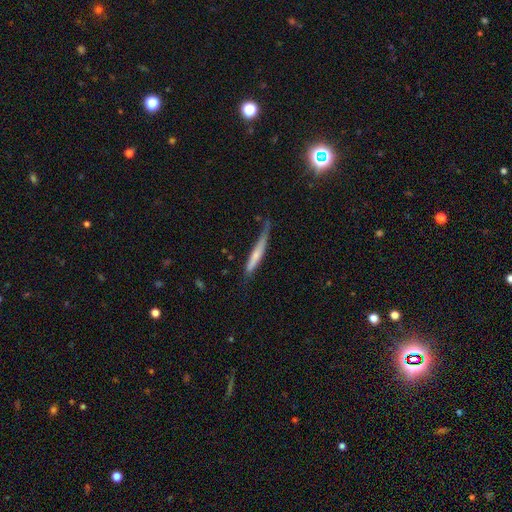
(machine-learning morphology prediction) smooth 58%, featured or disk 36%, star or artifact 6%. Down the decision tree: how rounded — cigar-shaped (94%); merging — none (52%).